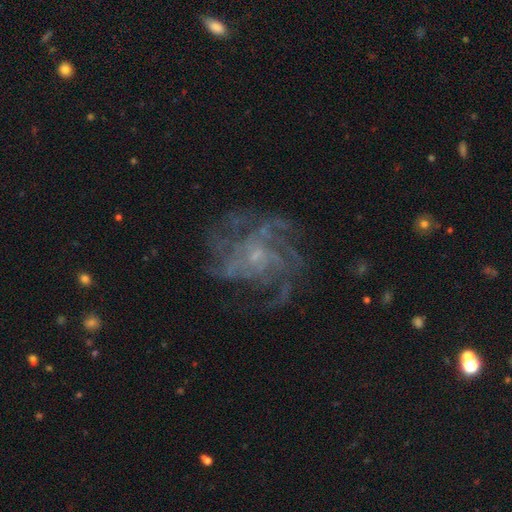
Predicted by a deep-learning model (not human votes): Smooth or featured? featured or disk (79%)
Edge-on disk? no (97%)
Bar? no (72%)
Spiral arms? yes (92%)
Spiral winding? medium (44%)
Spiral arm count? can't tell (26%)
Bulge size? small (71%)
Merging? none (70%)